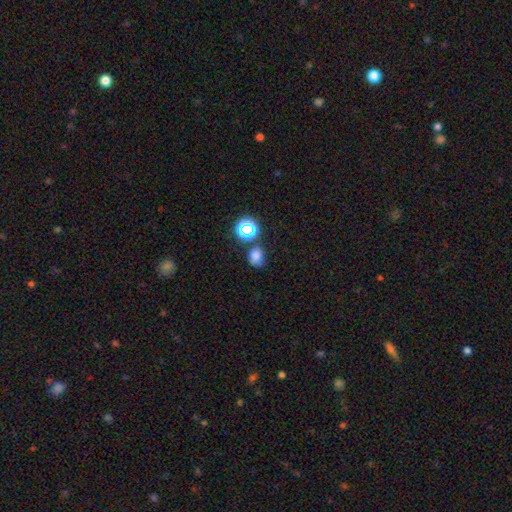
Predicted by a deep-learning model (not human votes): Overall: smooth (73%). How rounded: round (61%; in between 38%). Merging: none (62%).